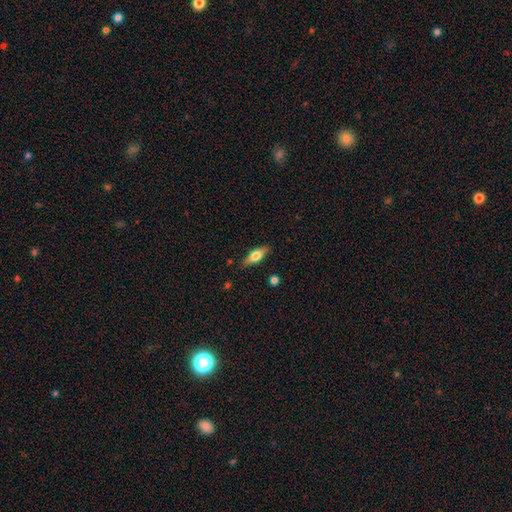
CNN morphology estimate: smooth_or_featured: smooth (p=0.58) [alt: featured or disk p=0.35]
how_rounded: in between (p=0.62) [alt: cigar-shaped p=0.35]
merging: none (p=0.85) [alt: minor disturbance p=0.11]